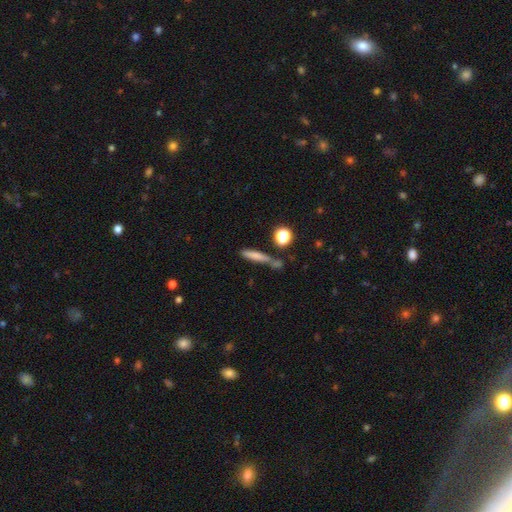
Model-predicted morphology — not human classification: Smooth or featured? smooth (72%)
How rounded? cigar-shaped (79%)
Merging? none (61%)